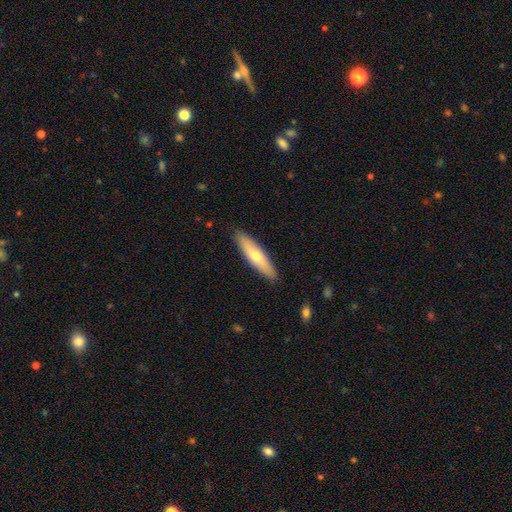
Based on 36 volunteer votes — smooth 75%, featured or disk 25%, star or artifact 0%. Down the decision tree: how rounded — cigar-shaped (81%); merging — none (83%).